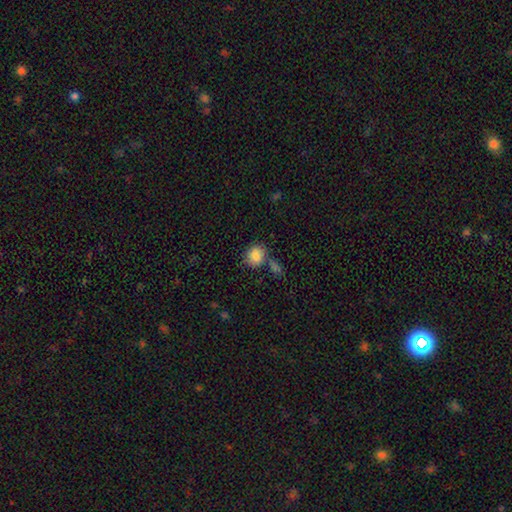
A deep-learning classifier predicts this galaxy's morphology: Q: Smooth or featured?
A: smooth (85%); runner-up: star or artifact (9%)
Q: How rounded?
A: round (67%); runner-up: in between (32%)
Q: Merging?
A: none (62%); runner-up: minor disturbance (16%)